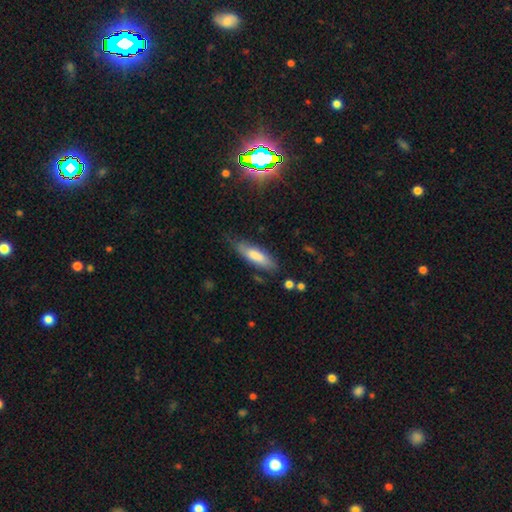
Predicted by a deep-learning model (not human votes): smooth_or_featured: smooth (p=0.75) [alt: featured or disk p=0.19]
how_rounded: cigar-shaped (p=0.54) [alt: in between p=0.45]
merging: none (p=0.70) [alt: minor disturbance p=0.22]